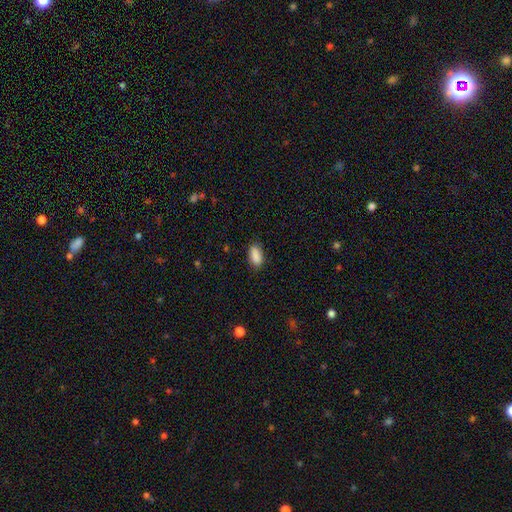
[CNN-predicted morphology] This is clearly a smooth galaxy (88%). How rounded: clearly in between (89%). Merging: clearly none (83%).